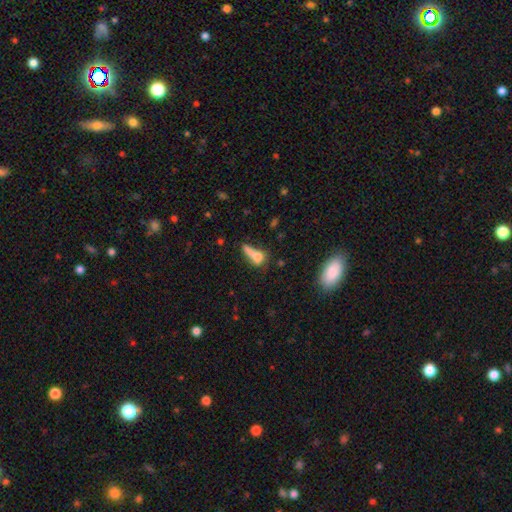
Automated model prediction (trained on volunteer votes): This appears to be a smooth galaxy with no disk features (65%) that is in between round and cigar-shaped (45%). Merging: none (32%, tied with merger).